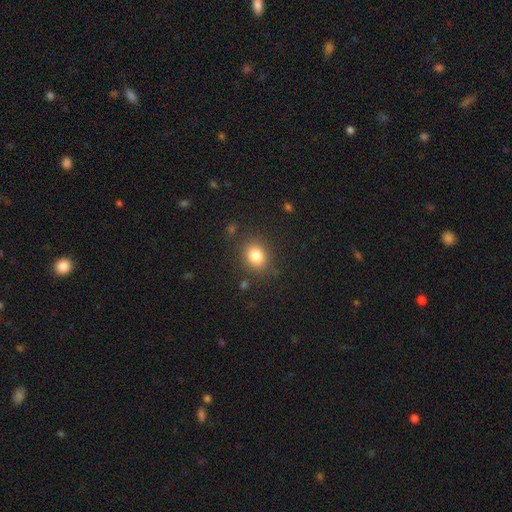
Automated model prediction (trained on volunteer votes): A smooth galaxy with no disk features (82%) that is round (57%). Merging: none (84%).